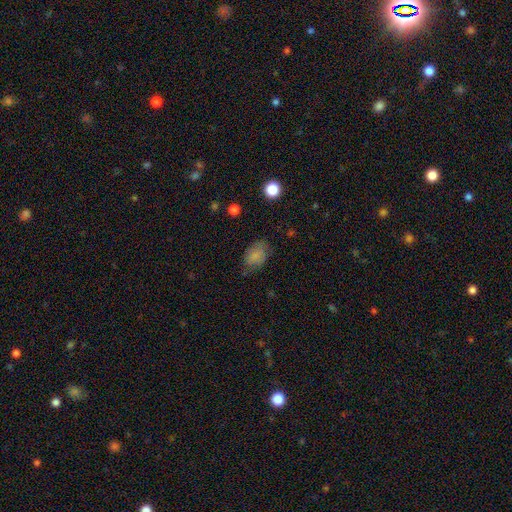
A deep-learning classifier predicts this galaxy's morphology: type=smooth (79%); roundness=in between (82%); merging=none (64%).